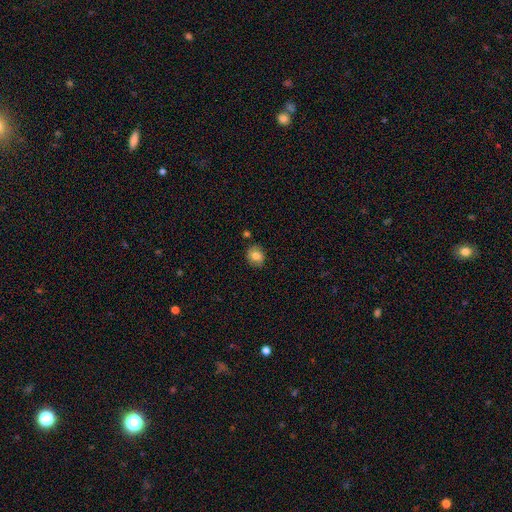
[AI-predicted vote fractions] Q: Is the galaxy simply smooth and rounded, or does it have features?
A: smooth — 79%.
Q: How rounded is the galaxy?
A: round — 65%.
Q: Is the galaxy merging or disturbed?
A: none — 83%.